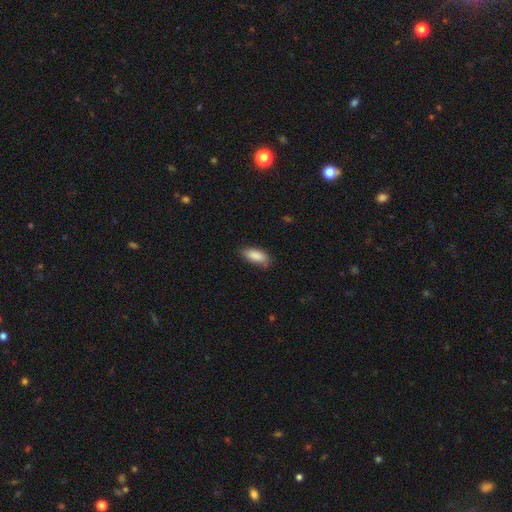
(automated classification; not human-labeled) This appears to be a smooth galaxy with no disk features (88%) that is in between round and cigar-shaped (83%). Merging: none (77%).